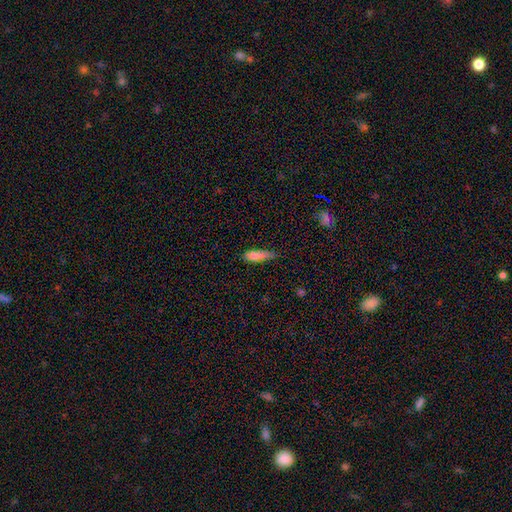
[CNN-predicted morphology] Q: Smooth or featured?
A: smooth (81%); runner-up: featured or disk (11%)
Q: How rounded?
A: cigar-shaped (62%); runner-up: in between (36%)
Q: Merging?
A: none (46%); runner-up: minor disturbance (39%)